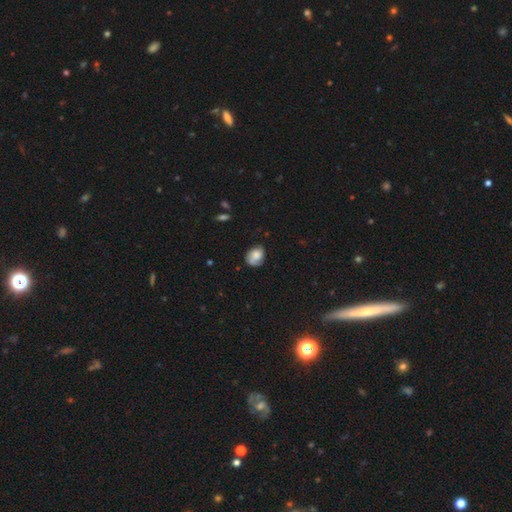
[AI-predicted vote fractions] Morphology: type=smooth (61%); roundness=in between (61%); merging=none (56%).